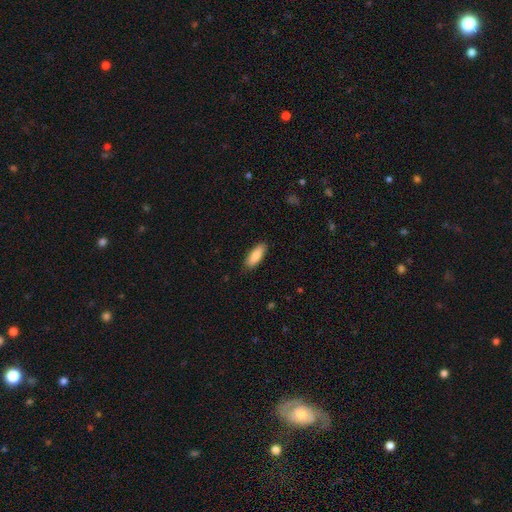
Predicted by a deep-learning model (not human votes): This appears to be a smooth galaxy with no disk features (82%) that is in between round and cigar-shaped (68%). Merging: none (86%).